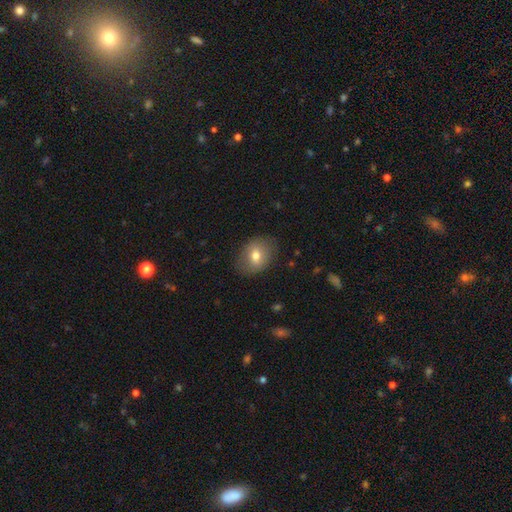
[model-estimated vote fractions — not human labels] smooth 70%, featured or disk 22%, star or artifact 8%. Down the decision tree: how rounded — in between (64%); merging — none (80%).